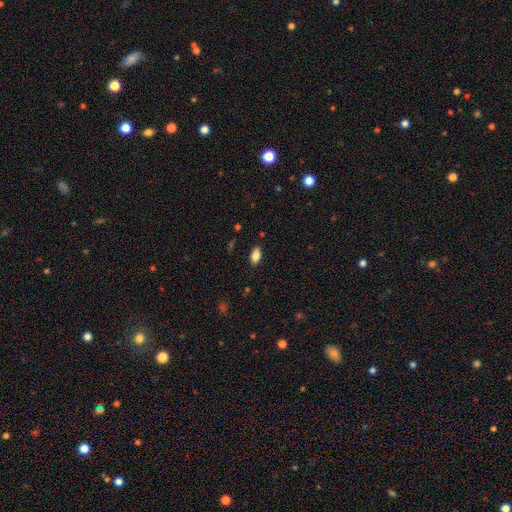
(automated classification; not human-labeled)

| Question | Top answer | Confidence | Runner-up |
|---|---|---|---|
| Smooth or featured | smooth | 84% | star or artifact (9%) |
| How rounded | in between | 91% | round (6%) |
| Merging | none | 86% | minor disturbance (10%) |